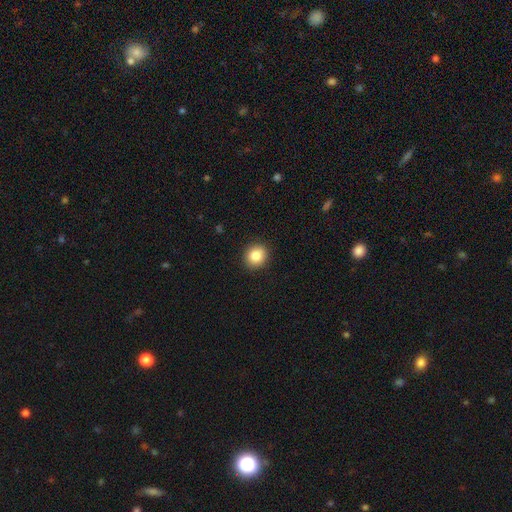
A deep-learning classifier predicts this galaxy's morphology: Smooth or featured? Predicted: smooth (p=0.85). How rounded? Predicted: round (p=0.81). Merging? Predicted: none (p=0.91).